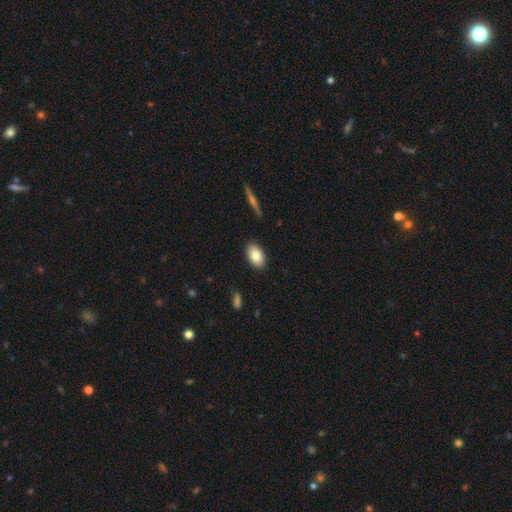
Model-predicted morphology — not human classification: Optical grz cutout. It shows a smooth galaxy with no disk features (82%) that is in between round and cigar-shaped (92%). Merging: none (88%).